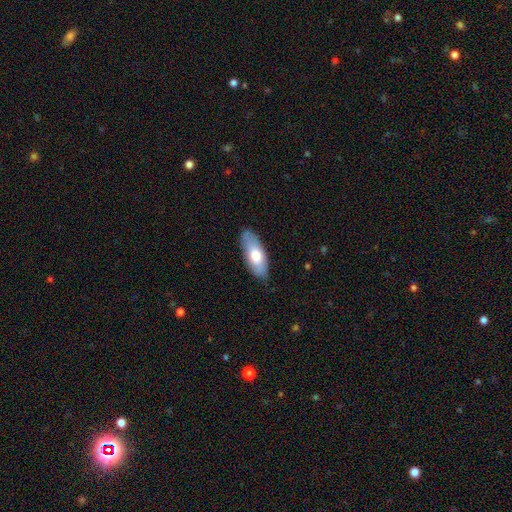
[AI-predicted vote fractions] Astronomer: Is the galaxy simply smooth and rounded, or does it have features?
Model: smooth — 70%.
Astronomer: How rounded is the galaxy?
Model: in between — 79%.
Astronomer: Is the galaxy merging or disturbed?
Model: none — 82%.